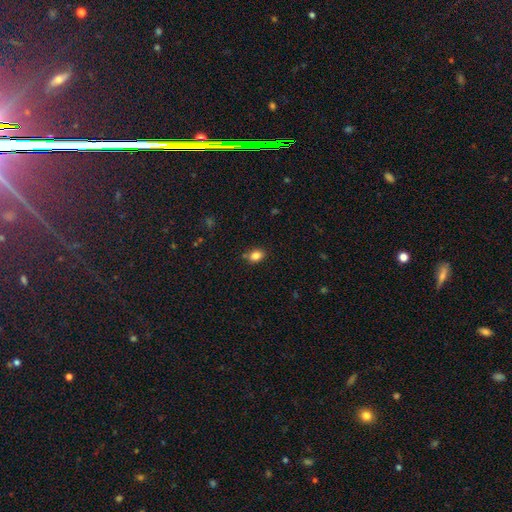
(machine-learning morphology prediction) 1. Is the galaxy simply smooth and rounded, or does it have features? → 84% smooth, 11% star or artifact, 6% featured or disk.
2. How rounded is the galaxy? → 65% in between, 34% round, 1% cigar-shaped.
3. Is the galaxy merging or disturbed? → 76% none, 14% minor disturbance, 7% merger, 3% major disturbance.